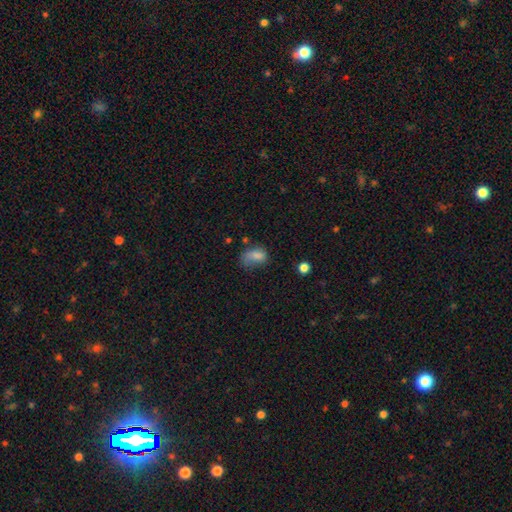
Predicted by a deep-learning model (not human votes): smooth 76%, featured or disk 13%, star or artifact 11%. Down the decision tree: how rounded — in between (85%); merging — major disturbance (34%).